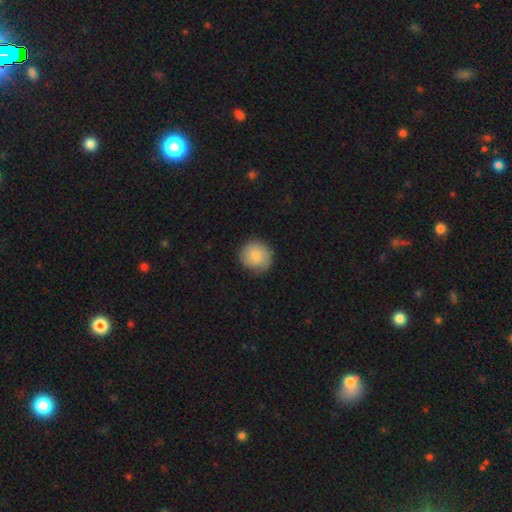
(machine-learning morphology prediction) smooth_or_featured: smooth (p=0.81) [alt: featured or disk p=0.12]
how_rounded: round (p=0.91) [alt: in between p=0.08]
merging: none (p=0.80) [alt: minor disturbance p=0.16]